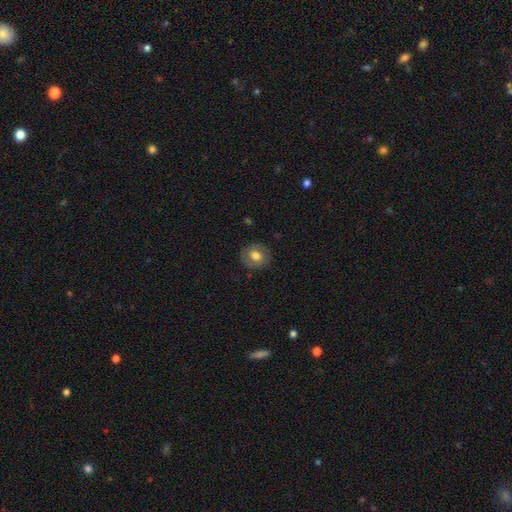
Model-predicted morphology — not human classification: smooth_or_featured: smooth (p=0.69) [alt: featured or disk p=0.23]
how_rounded: round (p=0.75) [alt: in between p=0.24]
merging: none (p=0.85) [alt: minor disturbance p=0.11]